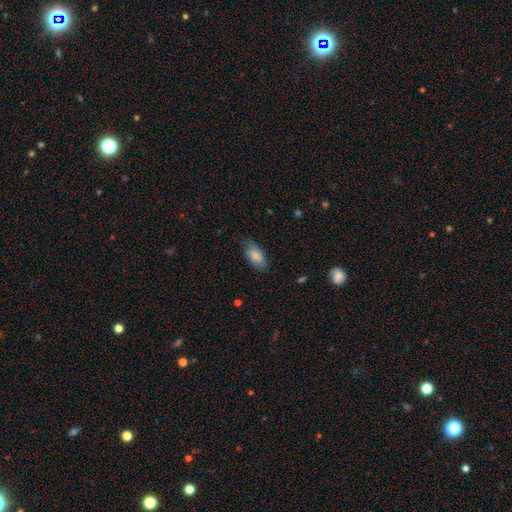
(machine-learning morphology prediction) Overall: smooth (82%). How rounded: in between (91%). Merging: none (76%).